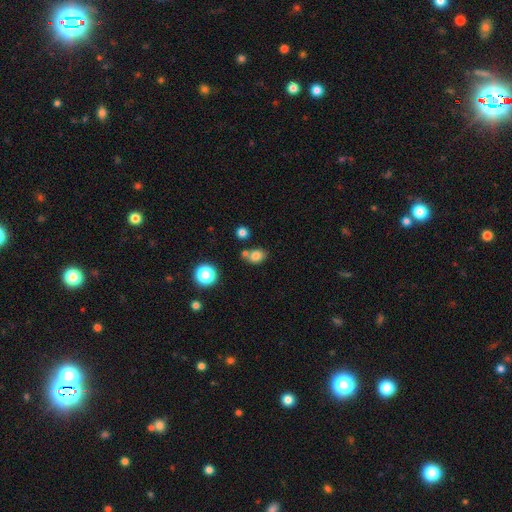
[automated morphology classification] The model was most divided on "how rounded": in between: 54%, round: 45%, cigar-shaped: 1%. More confident: smooth or featured — smooth (79%); merging — none (62%).